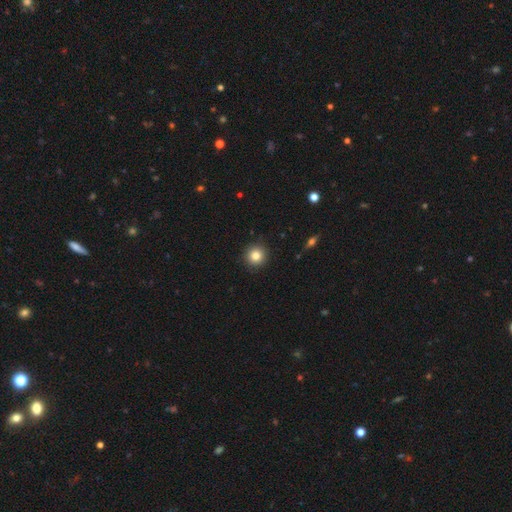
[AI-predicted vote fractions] This appears to be a smooth galaxy with no disk features (83%) that is round (95%). Merging: none (92%).